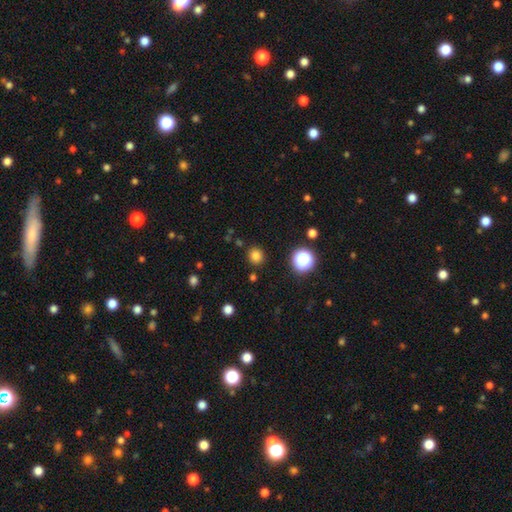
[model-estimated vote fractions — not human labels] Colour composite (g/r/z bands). It shows a smooth galaxy with no disk features (80%) that is round (88%). Merging: none (88%).